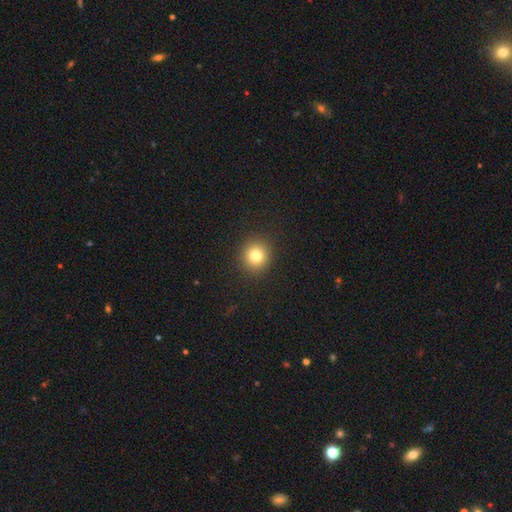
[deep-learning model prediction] A smooth galaxy with no disk features (79%) that is round (90%).

Vote fractions:
- Smooth or featured? smooth: 79% / star or artifact: 13% / featured or disk: 8%
- How rounded? round: 90% / in between: 9% / cigar-shaped: 1%
- Merging? none: 92% / minor disturbance: 5% / major disturbance: 2% / merger: 1%